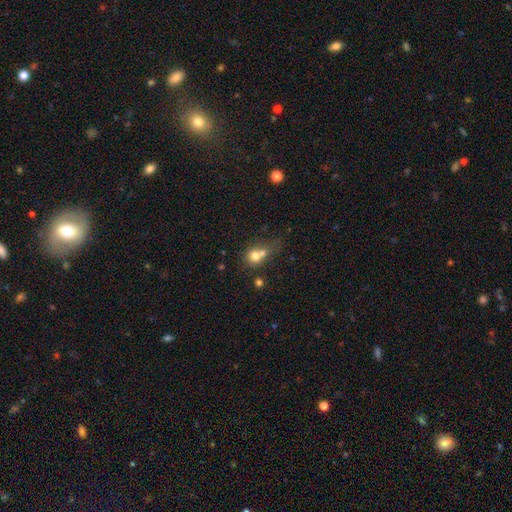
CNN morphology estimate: smooth_or_featured: smooth (p=0.72) [alt: featured or disk p=0.16]
how_rounded: round (p=0.74) [alt: in between p=0.25]
merging: merger (p=0.55) [alt: none p=0.27]